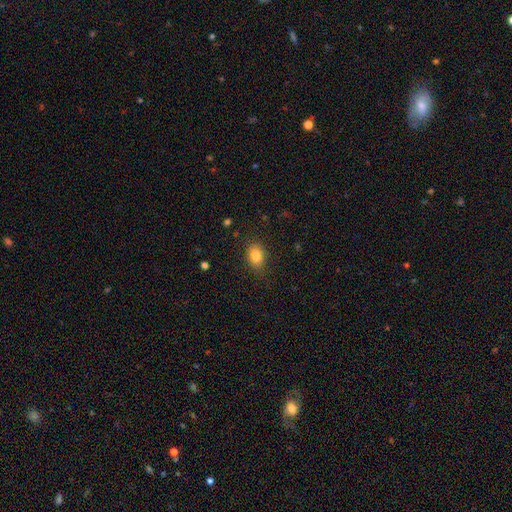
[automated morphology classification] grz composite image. It shows a smooth galaxy with no disk features (83%) that is in between round and cigar-shaped (77%). Merging: none (82%).